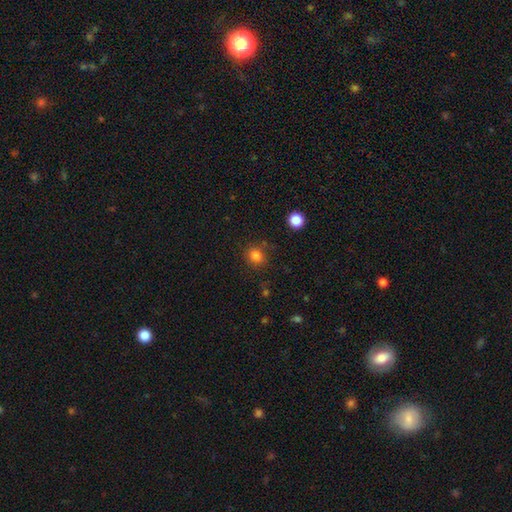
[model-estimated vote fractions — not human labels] A smooth galaxy with no disk features (82%) that is round (79%).

Vote fractions:
- Smooth or featured? smooth: 82% / star or artifact: 13% / featured or disk: 5%
- How rounded? round: 79% / in between: 20% / cigar-shaped: 1%
- Merging? none: 81% / minor disturbance: 11% / major disturbance: 4% / merger: 4%